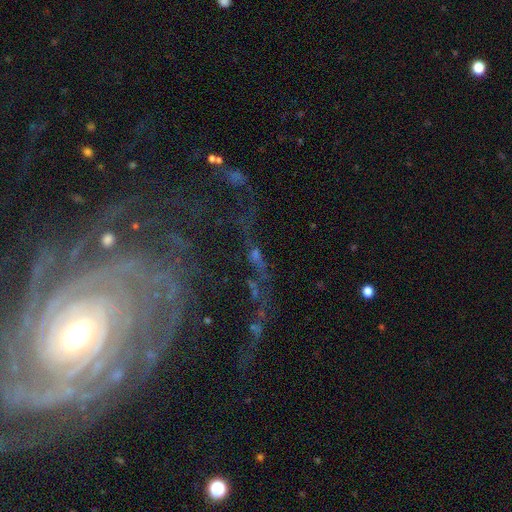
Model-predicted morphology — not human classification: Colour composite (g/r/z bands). It shows a star or artifact, not a galaxy (49%).